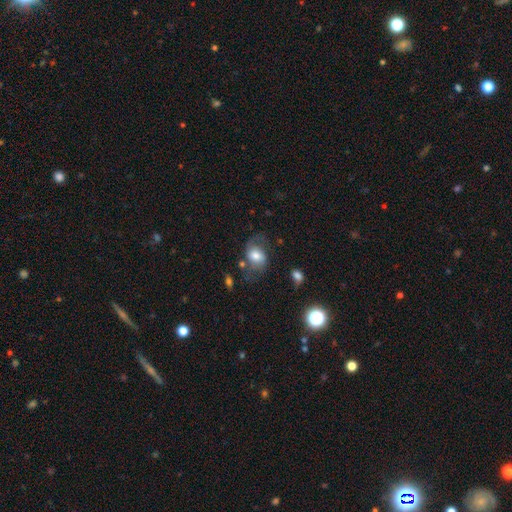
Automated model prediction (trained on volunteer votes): Smooth or featured?
  - smooth: 55% *
  - featured or disk: 36%
  - star or artifact: 9%
How rounded?
  - in between: 67% *
  - round: 32%
  - cigar-shaped: 1%
Merging?
  - none: 51% *
  - minor disturbance: 25%
  - major disturbance: 20%
  - merger: 5%